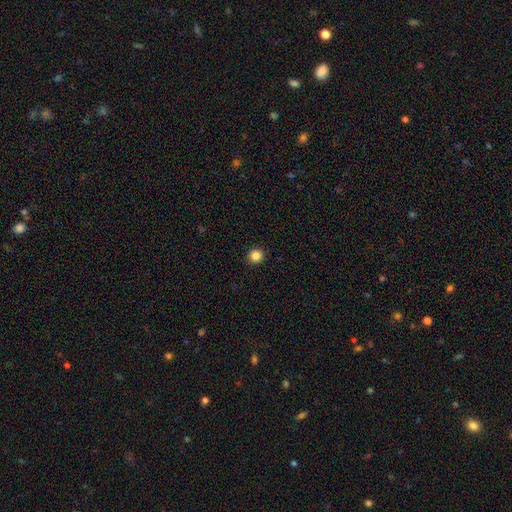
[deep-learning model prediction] Smooth or featured?
  - smooth: 86% *
  - star or artifact: 11%
  - featured or disk: 3%
How rounded?
  - round: 95% *
  - in between: 4%
  - cigar-shaped: 1%
Merging?
  - none: 94% *
  - minor disturbance: 4%
  - major disturbance: 1%
  - merger: 1%